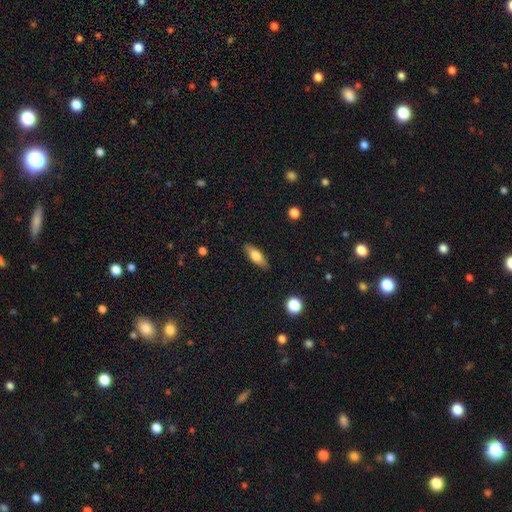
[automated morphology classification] Q: Smooth or featured?
A: smooth (65%); runner-up: featured or disk (29%)
Q: How rounded?
A: in between (69%); runner-up: cigar-shaped (28%)
Q: Merging?
A: none (86%); runner-up: minor disturbance (10%)